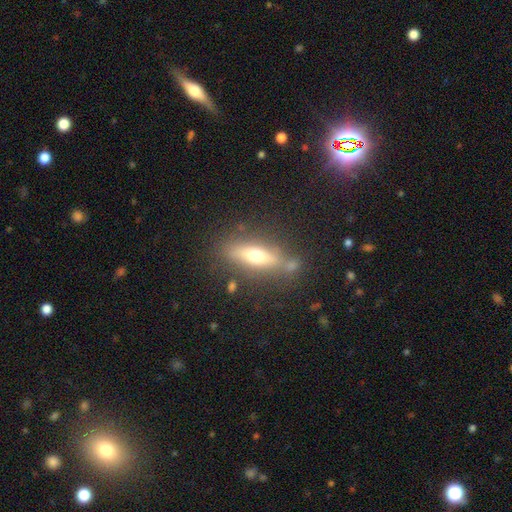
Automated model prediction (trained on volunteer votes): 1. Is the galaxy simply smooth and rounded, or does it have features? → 48% smooth, 44% featured or disk, 8% star or artifact.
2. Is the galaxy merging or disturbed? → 75% none, 13% minor disturbance, 7% merger, 5% major disturbance.